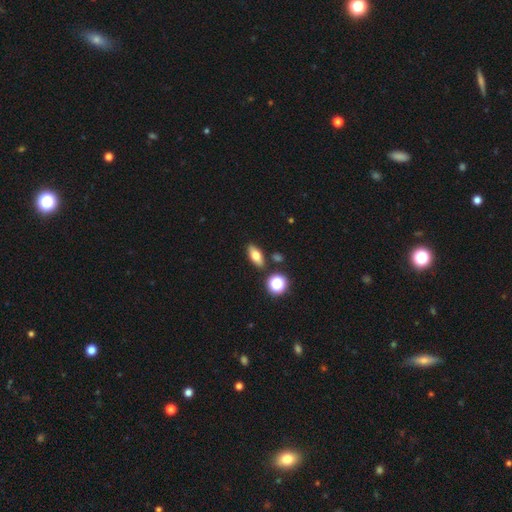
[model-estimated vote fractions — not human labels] Smooth or featured? smooth (69%)
How rounded? in between (76%)
Merging? none (84%)